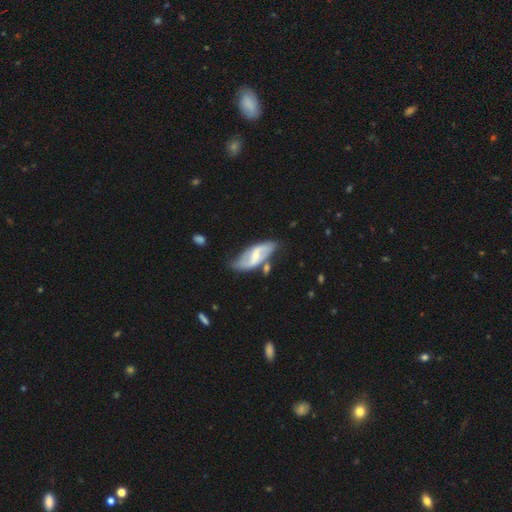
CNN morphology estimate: A featured or disk galaxy (73%) with a weak bar (44%), 2 (86%) loose (50%) spiral arms (86%) and a small central bulge (50%). Merging: none (62%).